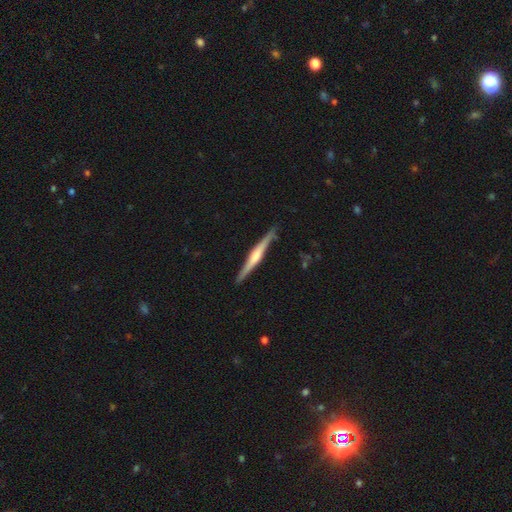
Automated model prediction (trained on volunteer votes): Smooth or featured? featured or disk (67%)
Edge-on disk? yes (97%)
Edge-on bulge? rounded (58%)
Merging? none (87%)